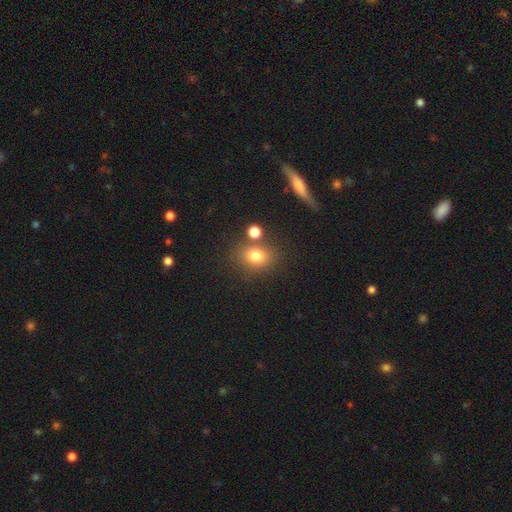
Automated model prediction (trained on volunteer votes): The model was most divided on "how rounded": round: 57%, in between: 42%, cigar-shaped: 1%. More confident: smooth or featured — smooth (77%); merging — none (69%).